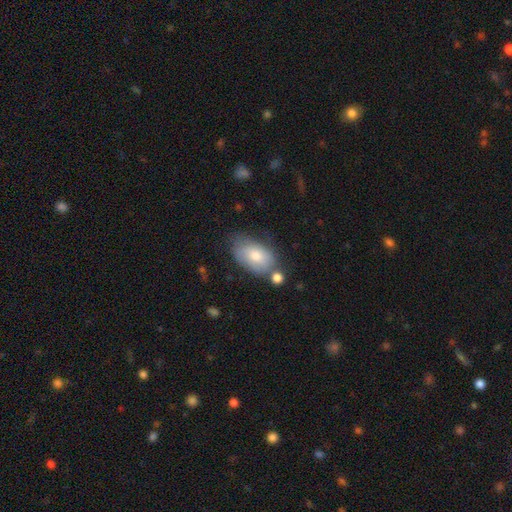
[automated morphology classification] smooth-or-featured: smooth: 74% | featured or disk: 19% | star or artifact: 7%
  how-rounded: in between: 91% | round: 7% | cigar-shaped: 2%
  merging: none: 59% | minor disturbance: 25% | merger: 9% | major disturbance: 7%